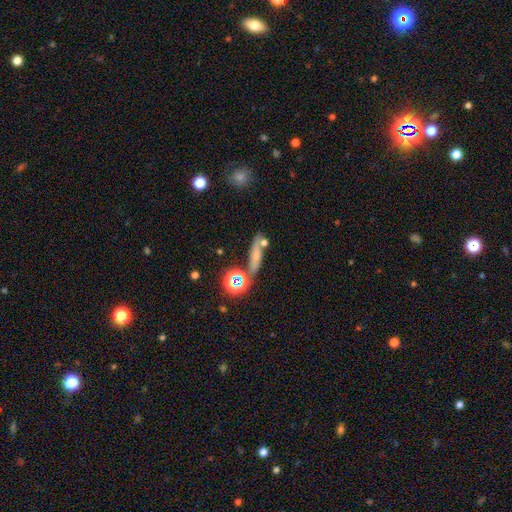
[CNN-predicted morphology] Smooth or featured: smooth — 58% (featured or disk — 23%)
How rounded: cigar-shaped — 62% (in between — 26%)
Merging: none — 64% (merger — 16%)